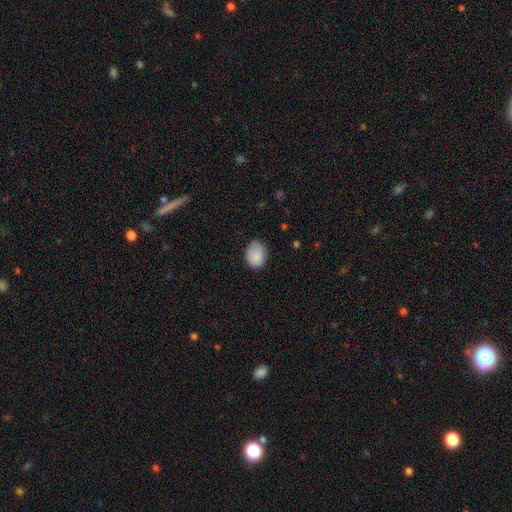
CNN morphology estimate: Smooth or featured?
  - smooth: 86% *
  - star or artifact: 8%
  - featured or disk: 6%
How rounded?
  - in between: 65% *
  - round: 34%
  - cigar-shaped: 1%
Merging?
  - none: 69% *
  - minor disturbance: 25%
  - major disturbance: 5%
  - merger: 1%